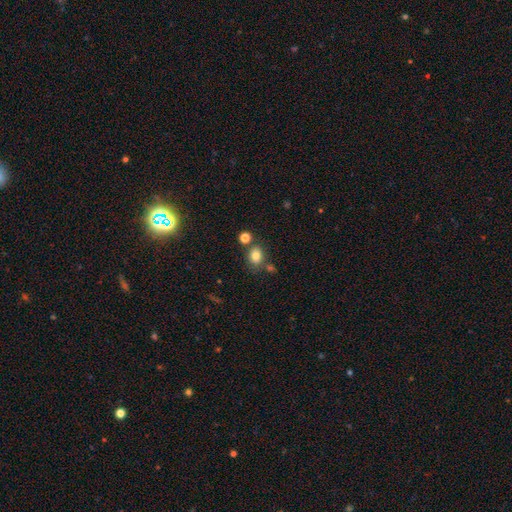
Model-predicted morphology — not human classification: A smooth galaxy with no disk features (81%) that is in between round and cigar-shaped (52%). Merging: none (70%).